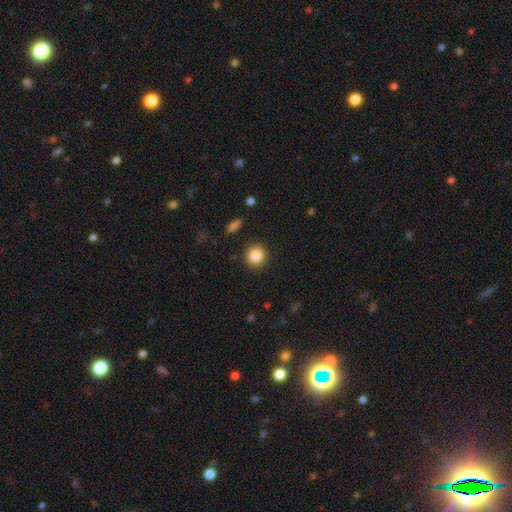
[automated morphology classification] smooth_or_featured: smooth (p=0.87) [alt: star or artifact p=0.10]
how_rounded: round (p=0.90) [alt: in between p=0.09]
merging: none (p=0.90) [alt: minor disturbance p=0.06]